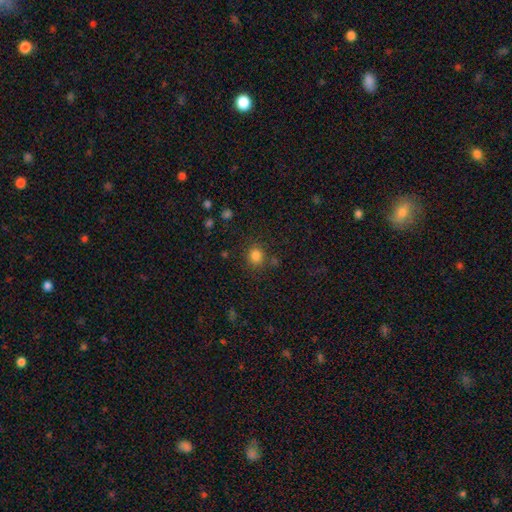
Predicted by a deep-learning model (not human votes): Morphology: type=smooth (82%); roundness=round (81%); merging=none (81%).